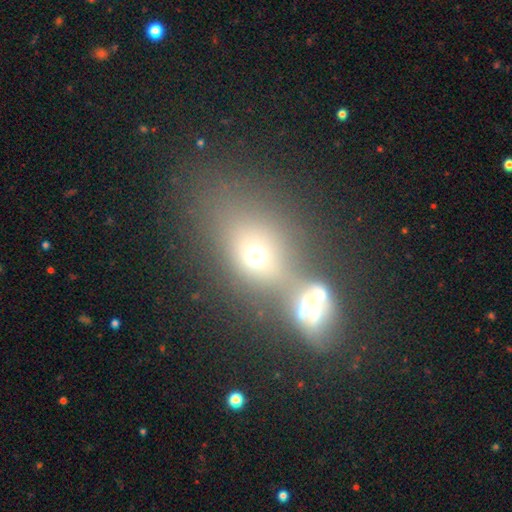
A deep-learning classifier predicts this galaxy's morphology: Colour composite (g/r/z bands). It shows a smooth galaxy with no disk features (54%) that is in between round and cigar-shaped (57%). Merging: none (41%).